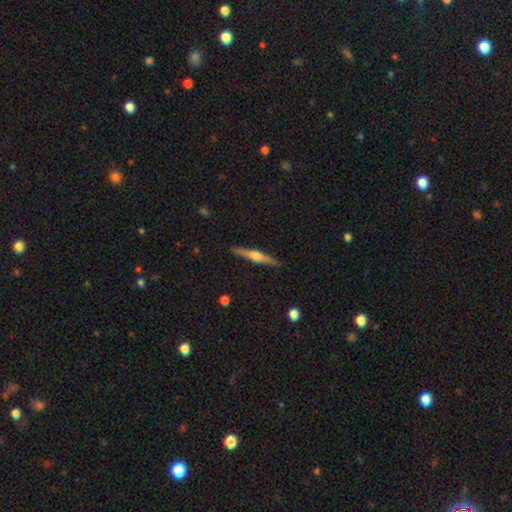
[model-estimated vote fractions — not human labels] This is likely a featured or disk galaxy (68%). It is clearly viewed edge-on (98%). Edge-on bulge: clearly rounded (86%). Merging: clearly none (90%).